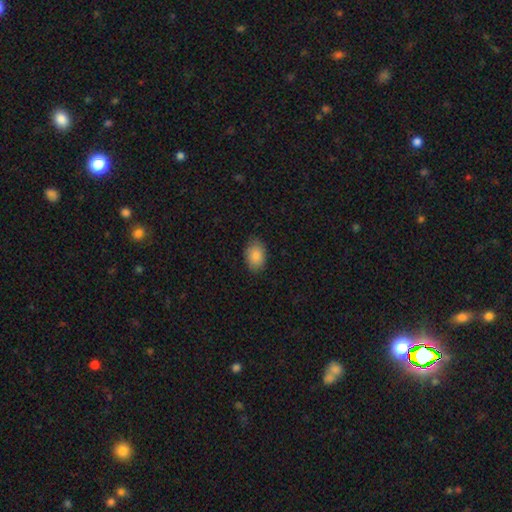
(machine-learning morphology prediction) Overall: smooth (87%). How rounded: in between (83%). Merging: none (83%).